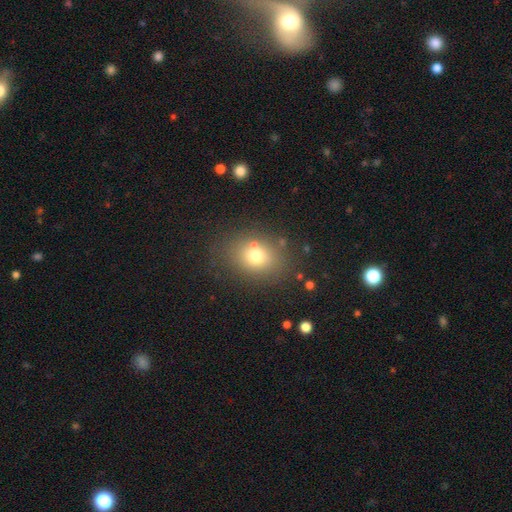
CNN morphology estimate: Smooth or featured? smooth (72%)
How rounded? in between (57%)
Merging? none (75%)